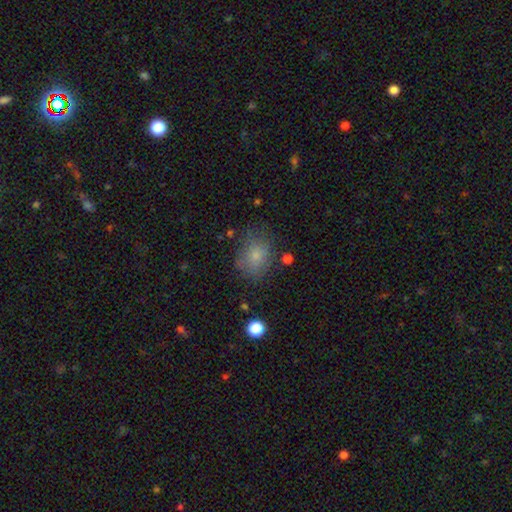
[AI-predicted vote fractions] smooth_or_featured: smooth (p=0.77) [alt: featured or disk p=0.12]
how_rounded: in between (p=0.56) [alt: round p=0.43]
merging: none (p=0.66) [alt: minor disturbance p=0.22]